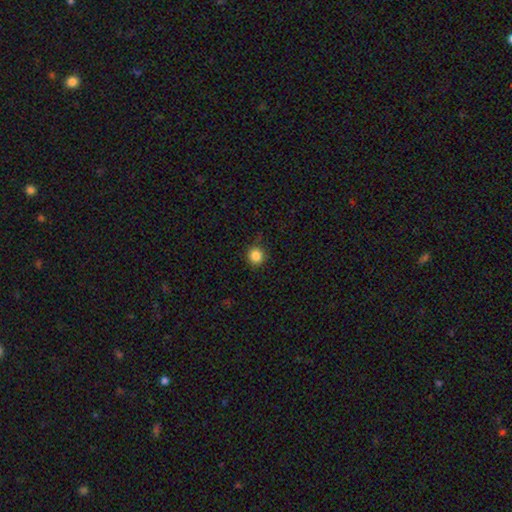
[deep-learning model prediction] Q: Smooth or featured?
A: smooth (85%); runner-up: star or artifact (11%)
Q: How rounded?
A: round (92%); runner-up: in between (7%)
Q: Merging?
A: none (83%); runner-up: minor disturbance (13%)